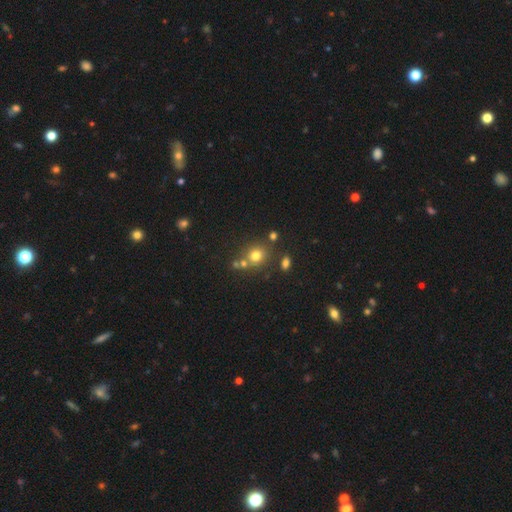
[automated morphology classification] Smooth or featured?
  - smooth: 73% *
  - star or artifact: 17%
  - featured or disk: 10%
How rounded?
  - round: 81% *
  - in between: 18%
  - cigar-shaped: 1%
Merging?
  - none: 67% *
  - merger: 18%
  - minor disturbance: 11%
  - major disturbance: 4%